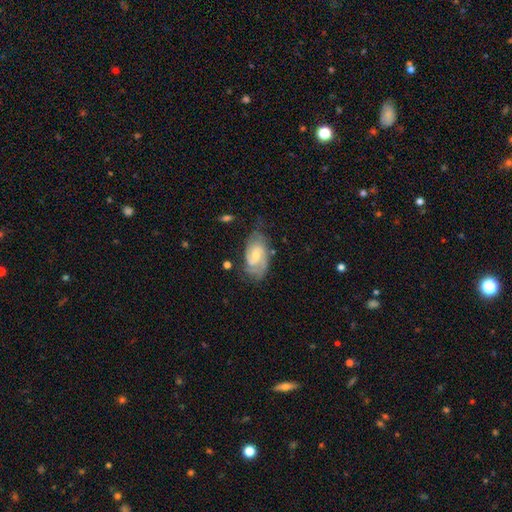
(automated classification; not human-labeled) A featured or disk galaxy (80%) with no bar (54%), 2 (59%) tight (53%) spiral arms (95%) and a small central bulge (53%). Merging: none (63%).